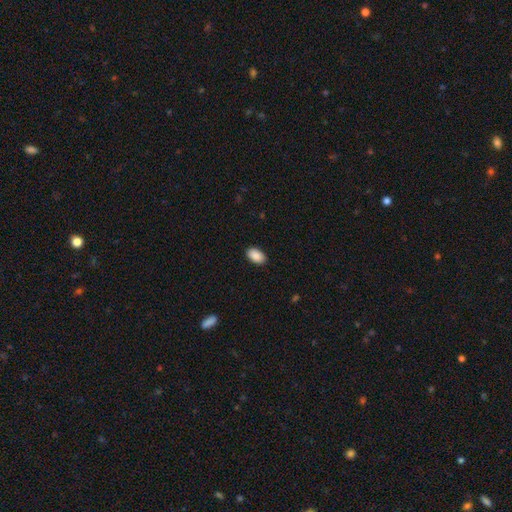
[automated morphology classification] smooth-or-featured: smooth: 90% | star or artifact: 7% | featured or disk: 3%
  how-rounded: in between: 93% | round: 5% | cigar-shaped: 1%
  merging: none: 89% | minor disturbance: 9% | major disturbance: 2% | merger: 1%